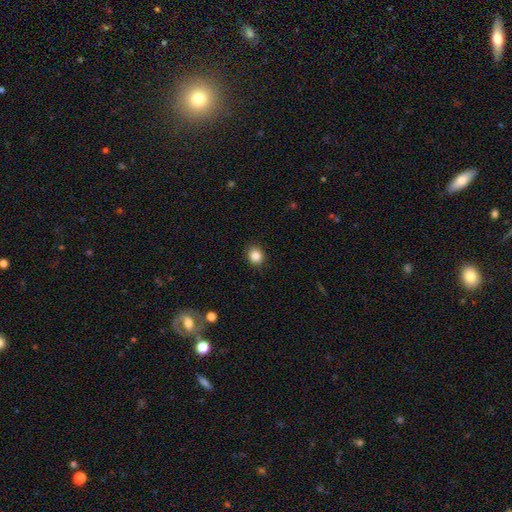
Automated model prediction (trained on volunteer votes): Smooth or featured? Predicted: smooth (p=0.85). How rounded? Predicted: round (p=0.81). Merging? Predicted: none (p=0.90).